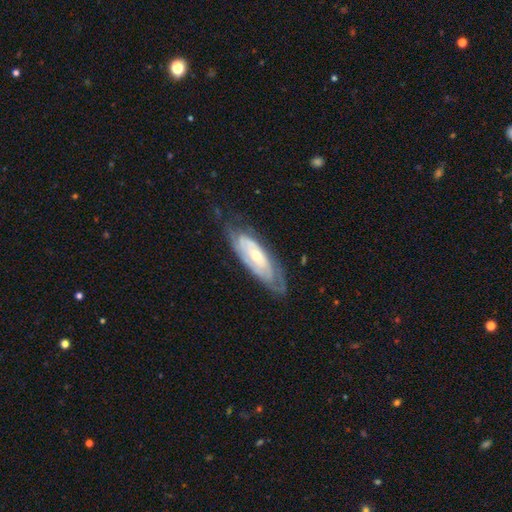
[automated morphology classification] Smooth or featured? Predicted: featured or disk (p=0.75). Edge-on disk? Predicted: no (p=0.82). Bar? Predicted: no (p=0.71). Spiral arms? Predicted: yes (p=0.82). Spiral winding? Predicted: tight (p=0.70). Spiral arm count? Predicted: can't tell (p=0.57). Bulge size? Predicted: small (p=0.48). Merging? Predicted: none (p=0.64).